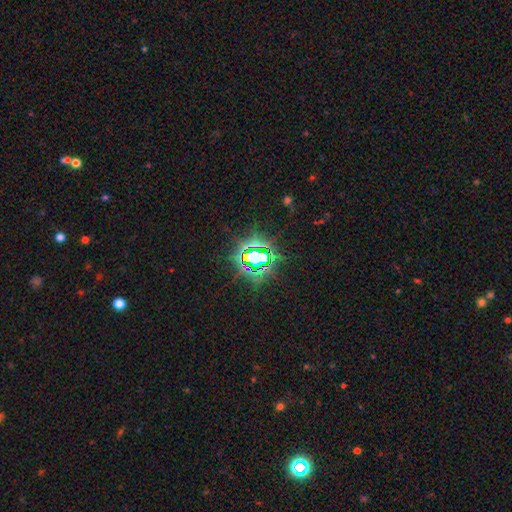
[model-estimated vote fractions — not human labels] Smooth or featured? Predicted: star or artifact (p=0.83).